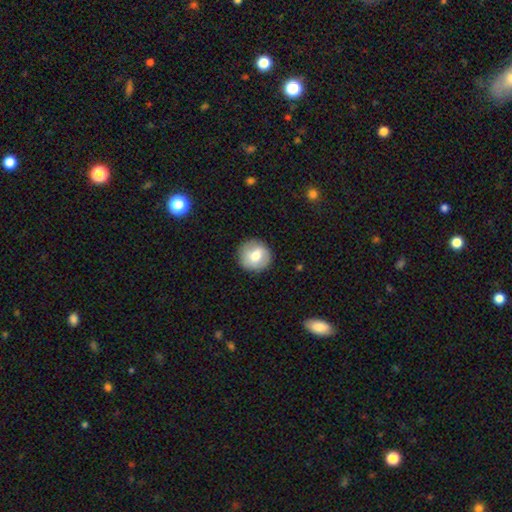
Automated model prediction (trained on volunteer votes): A smooth galaxy with no disk features (67%) that is round (91%). Merging: none (87%).